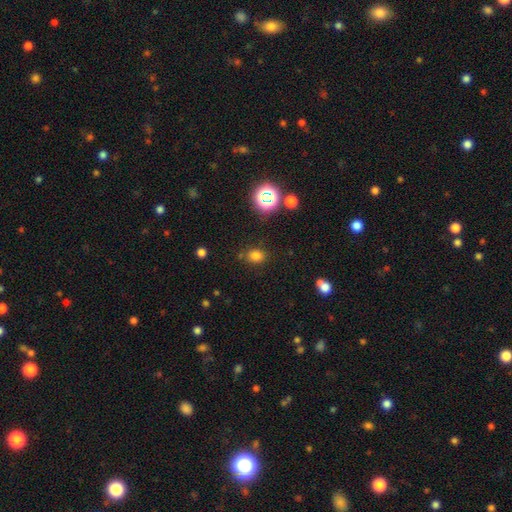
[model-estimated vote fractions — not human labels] A smooth galaxy with no disk features (75%) that is in between round and cigar-shaped (51%). Merging: none (78%).